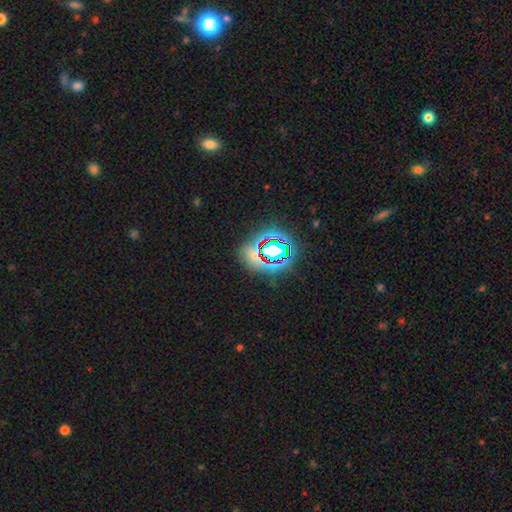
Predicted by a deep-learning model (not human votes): smooth-or-featured: star or artifact: 65% | smooth: 24% | featured or disk: 11%